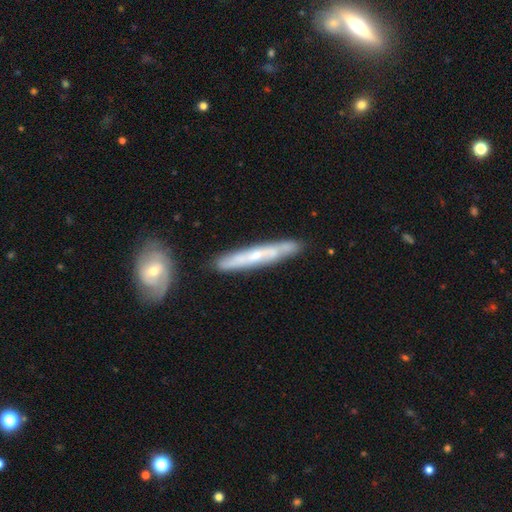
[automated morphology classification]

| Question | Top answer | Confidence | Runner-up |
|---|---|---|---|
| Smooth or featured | featured or disk | 62% | smooth (32%) |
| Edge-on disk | yes | 68% | no (32%) |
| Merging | none | 78% | minor disturbance (13%) |